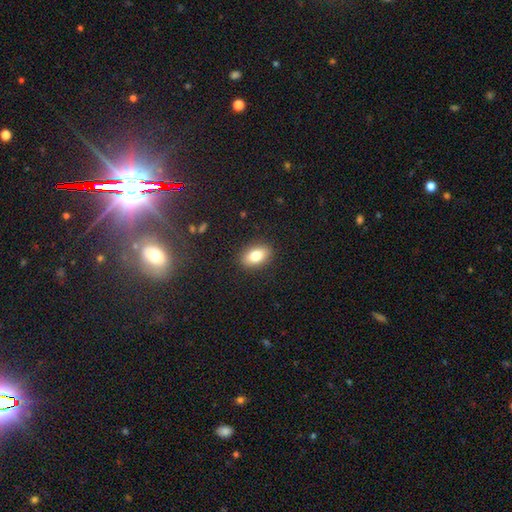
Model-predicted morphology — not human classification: Smooth or featured: smooth — 80% (featured or disk — 12%)
How rounded: in between — 88% (round — 9%)
Merging: none — 88% (minor disturbance — 8%)